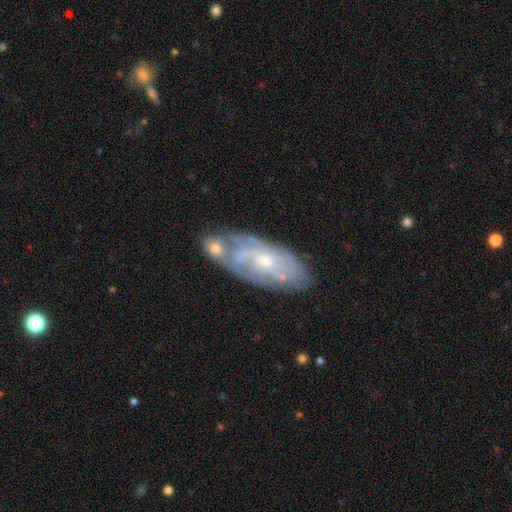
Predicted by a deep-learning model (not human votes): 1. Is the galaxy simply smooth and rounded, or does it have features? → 77% featured or disk, 15% smooth, 8% star or artifact.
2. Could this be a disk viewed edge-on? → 90% no, 10% yes.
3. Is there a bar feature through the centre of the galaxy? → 64% no, 30% weak, 6% strong.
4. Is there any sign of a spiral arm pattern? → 88% yes, 12% no.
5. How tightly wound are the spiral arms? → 62% tight, 30% medium, 9% loose.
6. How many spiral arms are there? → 45% can't tell, 24% 2, 15% 3, 7% 4, 4% more than 4, 4% 1.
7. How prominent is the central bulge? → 56% small, 39% moderate, 2% none, 2% large, 1% dominant.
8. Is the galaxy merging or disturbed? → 60% none, 18% merger, 17% minor disturbance, 5% major disturbance.